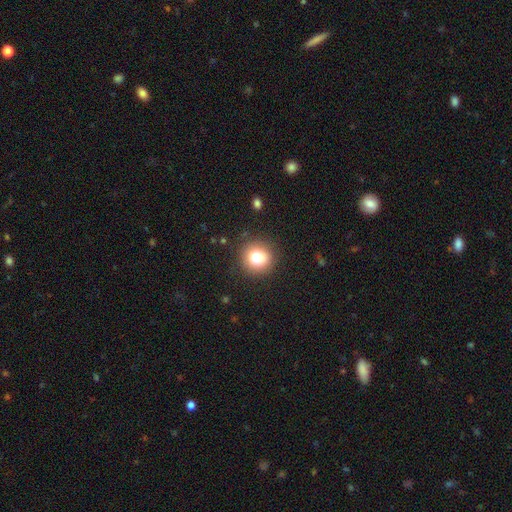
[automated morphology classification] Smooth or featured? Predicted: smooth (p=0.79). How rounded? Predicted: round (p=0.91). Merging? Predicted: none (p=0.89).